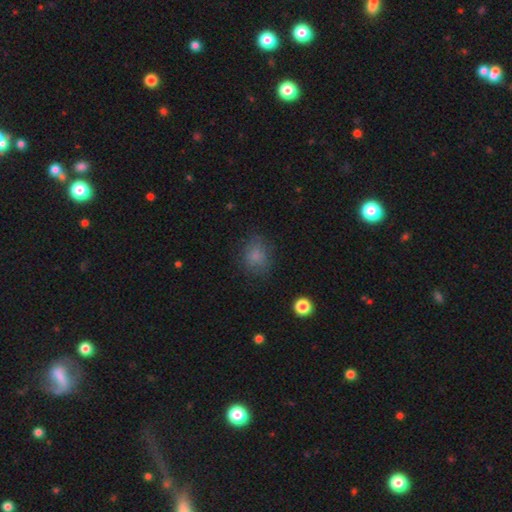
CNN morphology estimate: smooth_or_featured: smooth (p=0.80) [alt: star or artifact p=0.12]
how_rounded: round (p=0.58) [alt: in between p=0.41]
merging: none (p=0.75) [alt: minor disturbance p=0.17]